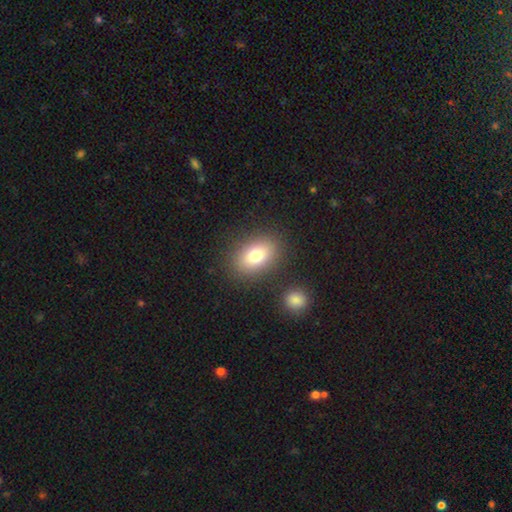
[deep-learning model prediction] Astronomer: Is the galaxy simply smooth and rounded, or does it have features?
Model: smooth — 80%.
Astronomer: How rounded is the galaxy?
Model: in between — 80%.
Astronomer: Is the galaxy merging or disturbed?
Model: none — 84%.